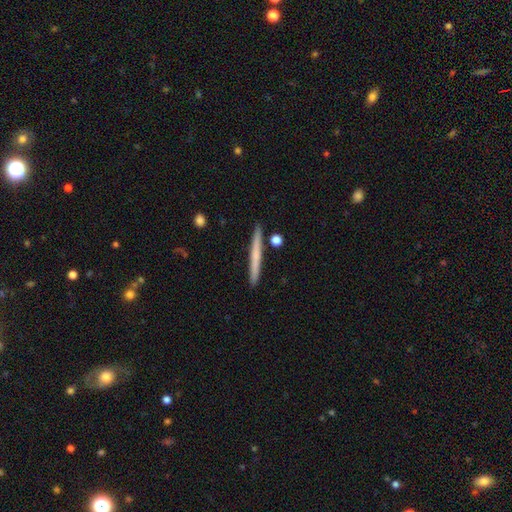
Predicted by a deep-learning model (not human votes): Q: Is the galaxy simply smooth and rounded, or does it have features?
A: smooth — 56%.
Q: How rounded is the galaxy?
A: cigar-shaped — 97%.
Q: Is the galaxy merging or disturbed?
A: none — 90%.